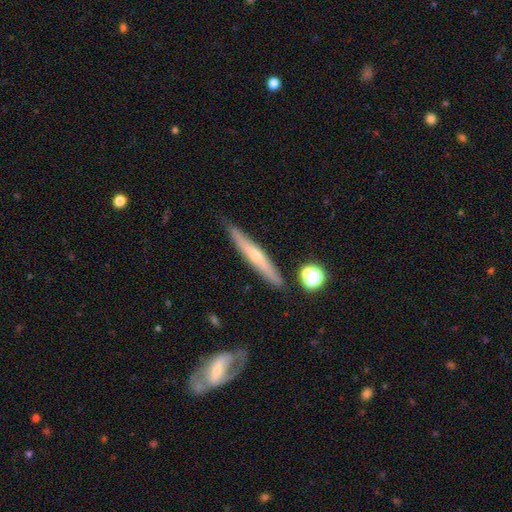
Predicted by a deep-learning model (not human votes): Smooth or featured? Predicted: featured or disk (p=0.54). Edge-on disk? Predicted: yes (p=0.92). Merging? Predicted: none (p=0.83).